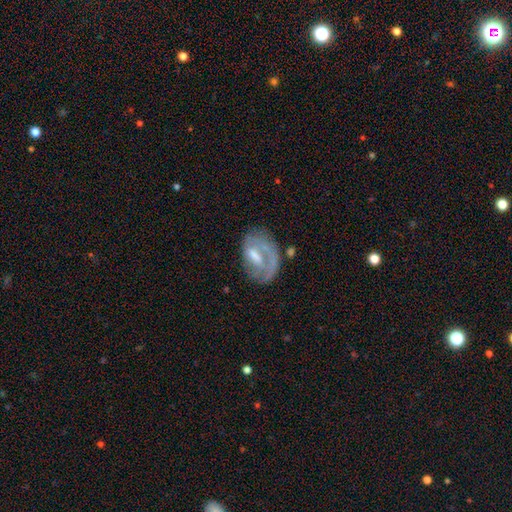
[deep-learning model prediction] featured or disk 64%, smooth 28%, star or artifact 8%. Down the decision tree: edge-on disk — no (95%); bar — weak (43%); spiral arms — yes (64%); bulge size — moderate (48%); merging — none (51%).